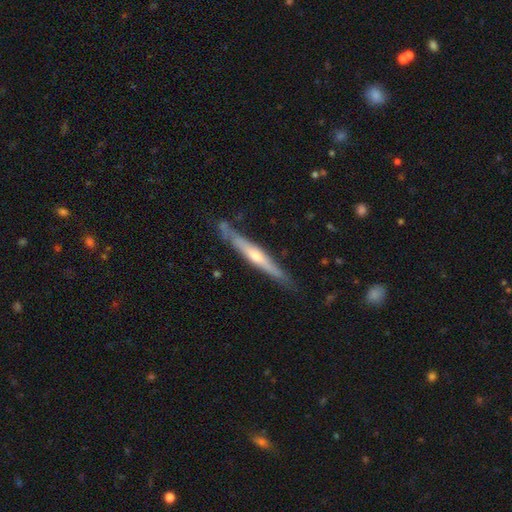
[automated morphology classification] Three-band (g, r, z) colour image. It shows a featured or disk galaxy (72%) viewed edge-on (96%) with a rounded central bulge (76%). Merging: none (81%).